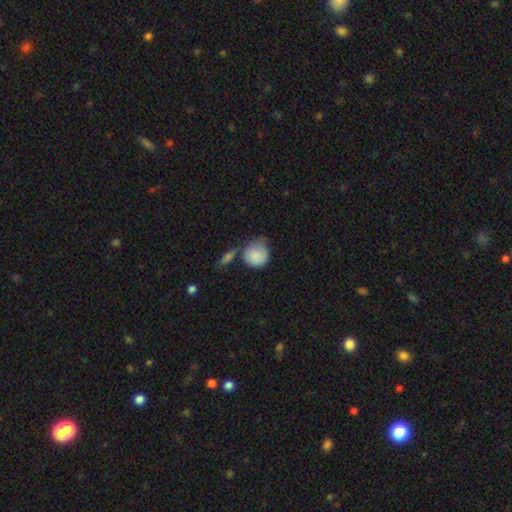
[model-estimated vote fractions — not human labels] Morphology: type=smooth (84%); roundness=round (80%); merging=none (38%).